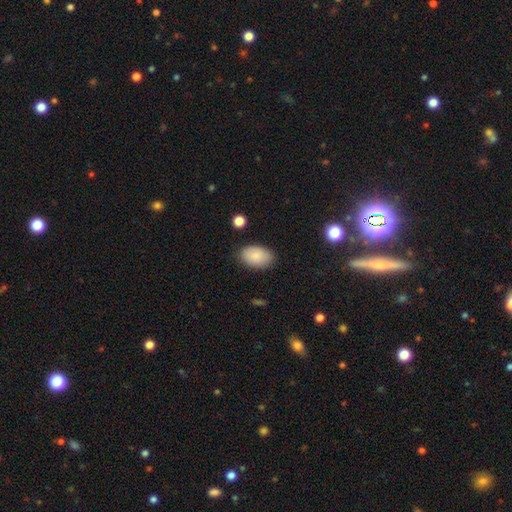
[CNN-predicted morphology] Q: Smooth or featured?
A: smooth (87%); runner-up: star or artifact (7%)
Q: How rounded?
A: in between (91%); runner-up: round (8%)
Q: Merging?
A: none (84%); runner-up: minor disturbance (12%)